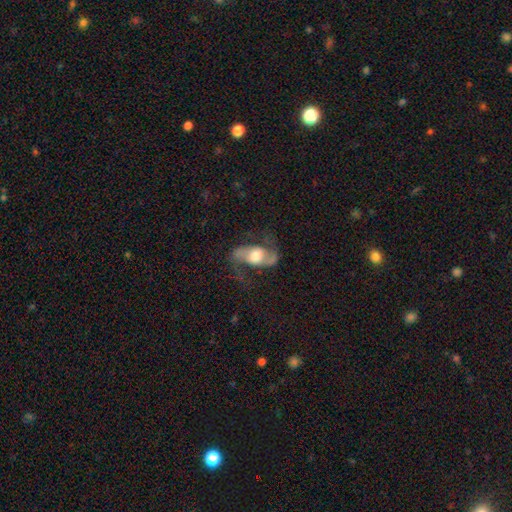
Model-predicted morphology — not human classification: type=featured or disk (77%); edge-on=no (92%); bar=no (48%); spiral arms=yes (90%); winding=loose (61%); arm count=2 (92%); bulge=moderate (55%); merging=none (61%).